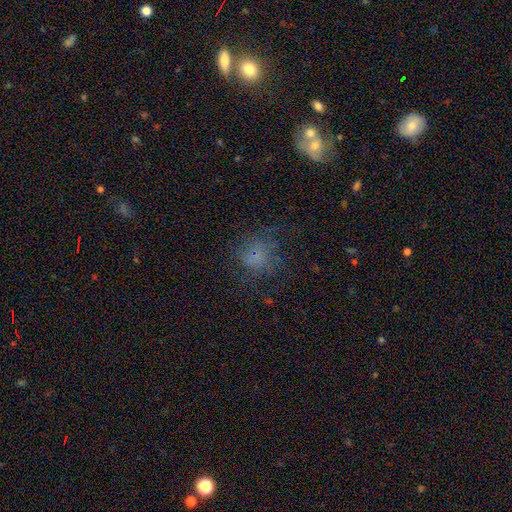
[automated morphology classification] Smooth or featured? Predicted: smooth (p=0.54). How rounded? Predicted: round (p=0.70). Merging? Predicted: none (p=0.57).